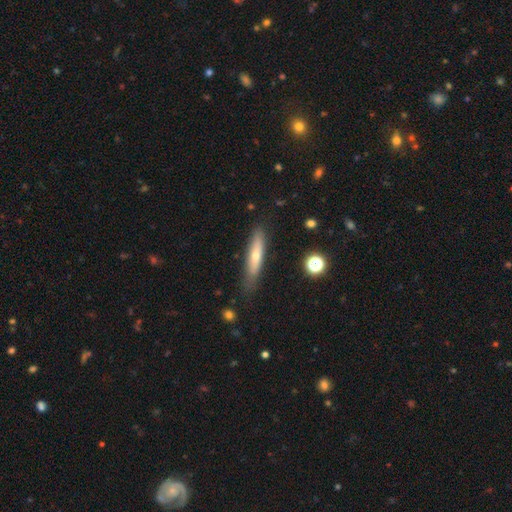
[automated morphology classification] The model was most divided on "smooth or featured": smooth: 56%, featured or disk: 37%, star or artifact: 7%. More confident: how rounded — cigar-shaped (84%); merging — none (80%).